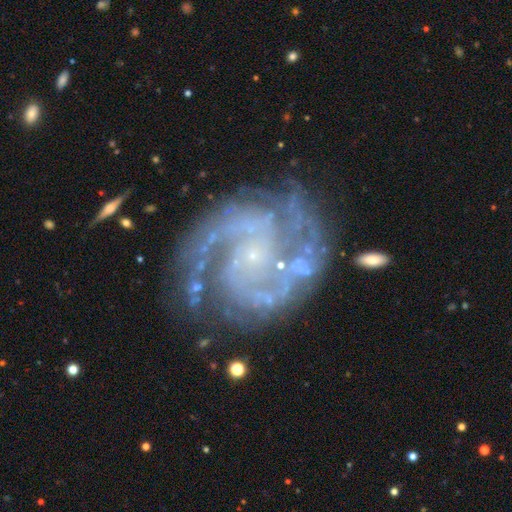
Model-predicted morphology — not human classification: A featured or disk galaxy (92%) with no bar (69%), 2 (55%) tight (51%) spiral arms (98%) and a small central bulge (82%). Merging: none (70%).